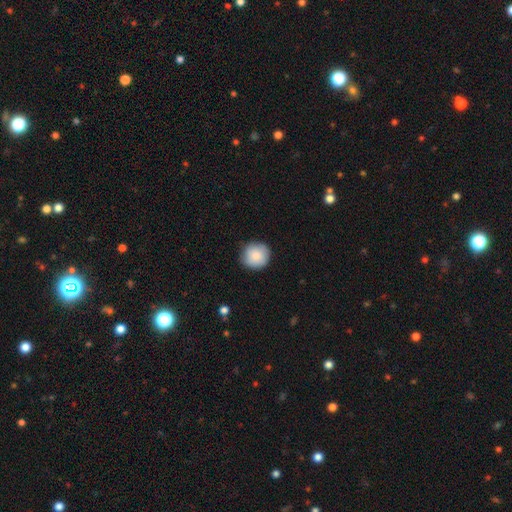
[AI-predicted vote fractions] This appears to be a smooth galaxy with no disk features (85%) that is round (92%). Merging: none (83%).